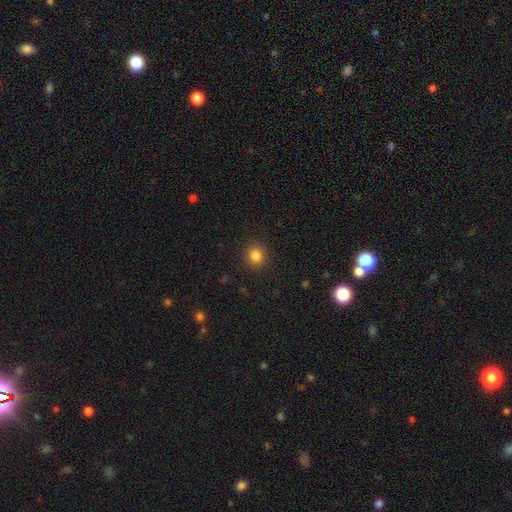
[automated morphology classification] This appears to be a smooth galaxy with no disk features (84%) that is round (90%). Merging: none (91%).